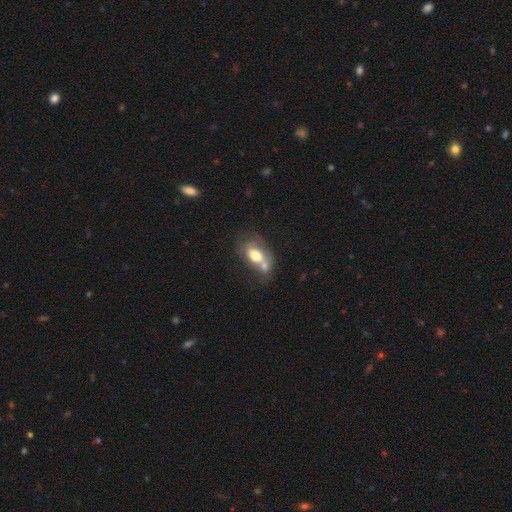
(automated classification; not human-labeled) smooth_or_featured: smooth (p=0.62) [alt: featured or disk p=0.30]
how_rounded: in between (p=0.85) [alt: round p=0.11]
merging: merger (p=0.53) [alt: none p=0.21]